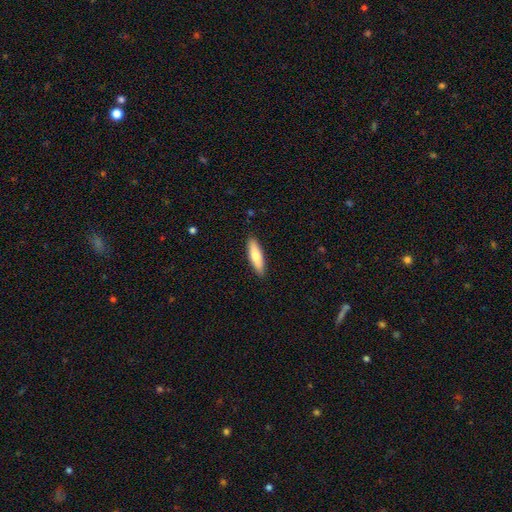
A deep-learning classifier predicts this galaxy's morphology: Smooth or featured: smooth — 72% (featured or disk — 22%)
How rounded: cigar-shaped — 65% (in between — 34%)
Merging: none — 90% (minor disturbance — 8%)